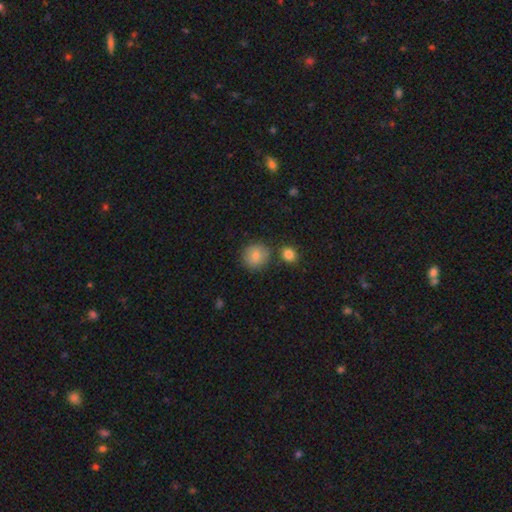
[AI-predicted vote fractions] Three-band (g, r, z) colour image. It shows a smooth galaxy with no disk features (82%) that is round (89%). Merging: none (78%).